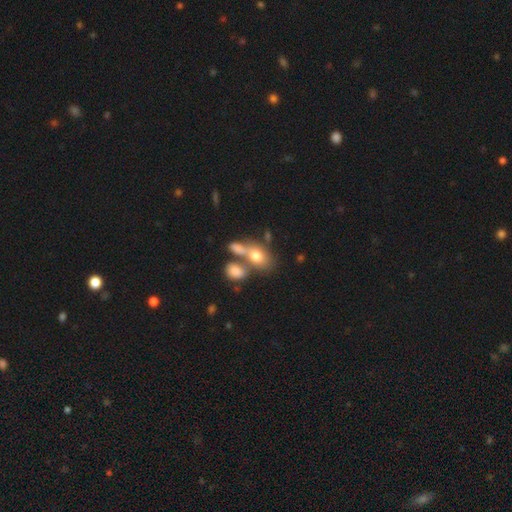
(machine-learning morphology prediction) smooth_or_featured: smooth (p=0.70) [alt: featured or disk p=0.21]
how_rounded: in between (p=0.73) [alt: round p=0.24]
merging: merger (p=0.45) [alt: none p=0.34]